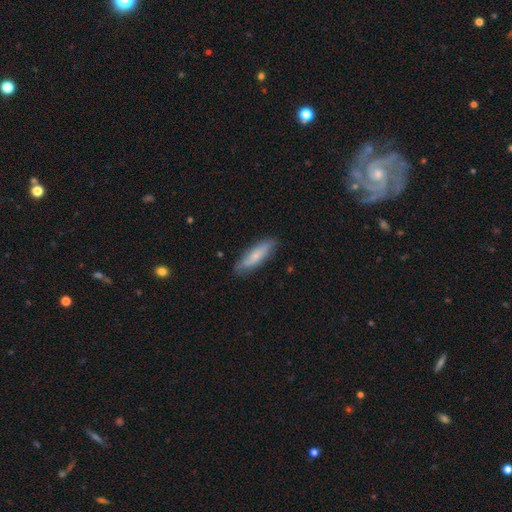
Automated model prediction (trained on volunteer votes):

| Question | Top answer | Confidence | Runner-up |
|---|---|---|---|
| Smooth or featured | smooth | 70% | featured or disk (25%) |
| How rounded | cigar-shaped | 57% | in between (41%) |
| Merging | none | 81% | minor disturbance (16%) |